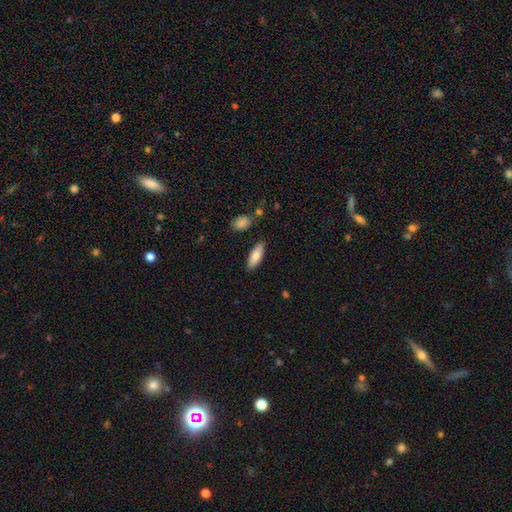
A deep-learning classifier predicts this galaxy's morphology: This appears to be a smooth galaxy with no disk features (83%) that is in between round and cigar-shaped (65%). Merging: none (84%).